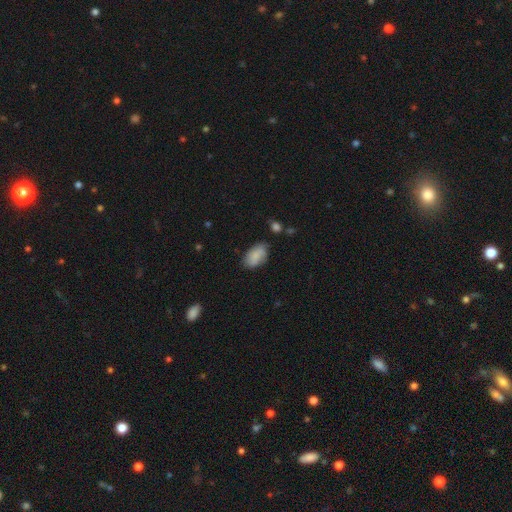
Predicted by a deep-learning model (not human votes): This is clearly a smooth galaxy (80%). How rounded: clearly in between (93%). Merging: likely none (69%).